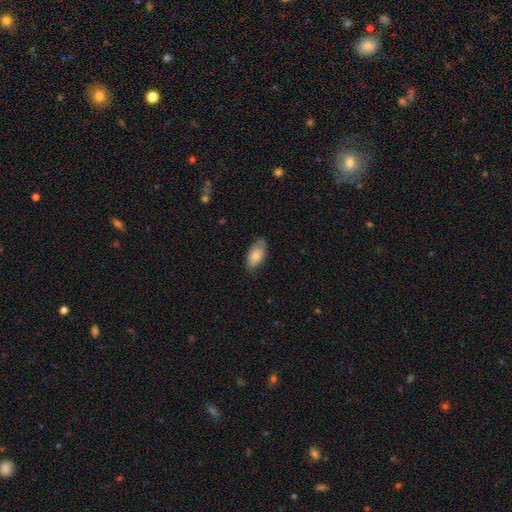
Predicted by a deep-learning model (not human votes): Morphology: type=smooth (80%); roundness=in between (92%); merging=none (73%).